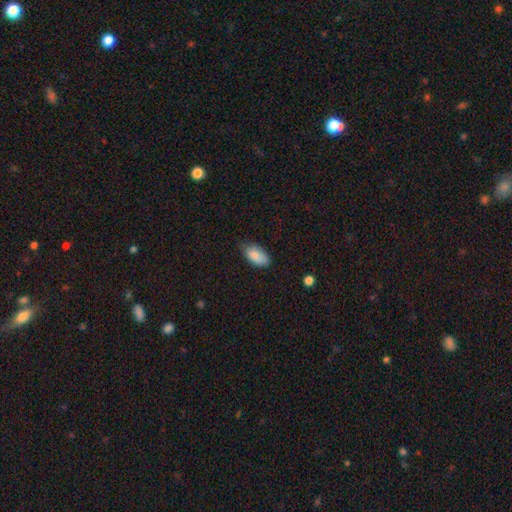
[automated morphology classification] Smooth or featured? Predicted: smooth (p=0.86). How rounded? Predicted: in between (p=0.94). Merging? Predicted: none (p=0.65).